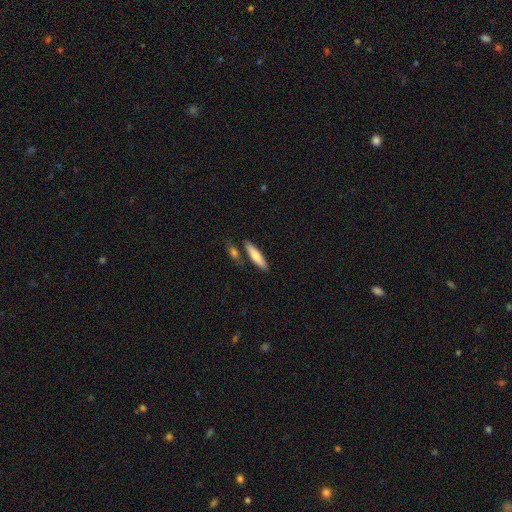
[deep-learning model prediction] Smooth or featured: smooth — 72% (featured or disk — 23%)
How rounded: cigar-shaped — 74% (in between — 24%)
Merging: none — 76% (minor disturbance — 11%)